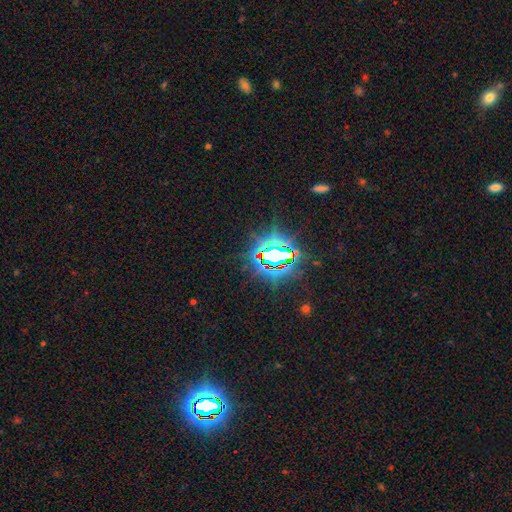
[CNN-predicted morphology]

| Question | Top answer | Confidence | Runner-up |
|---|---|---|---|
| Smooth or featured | star or artifact | 85% | smooth (9%) |